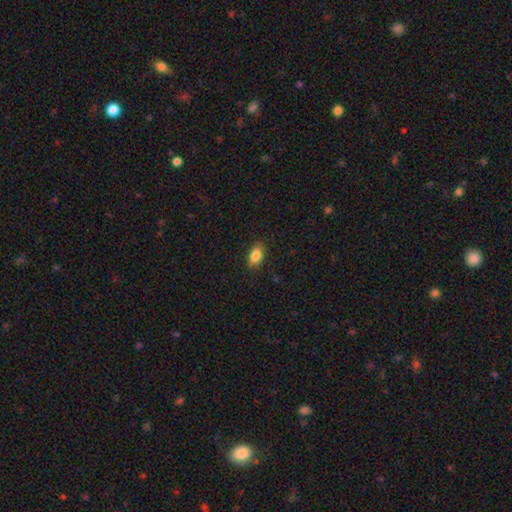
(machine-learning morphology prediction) Smooth or featured? Predicted: smooth (p=0.85). How rounded? Predicted: in between (p=0.90). Merging? Predicted: none (p=0.88).